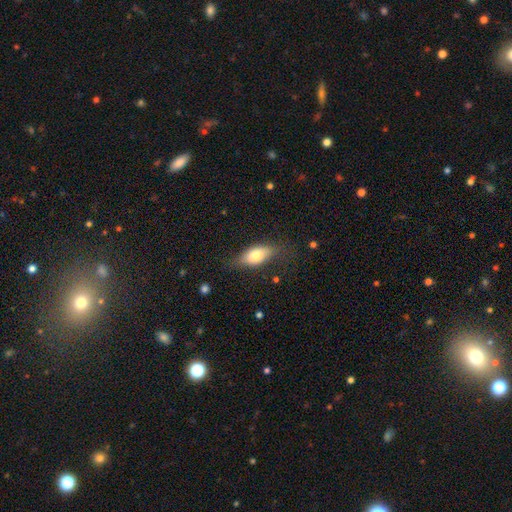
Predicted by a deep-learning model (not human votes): Smooth or featured: smooth — 70% (featured or disk — 23%)
How rounded: in between — 84% (cigar-shaped — 11%)
Merging: none — 68% (minor disturbance — 22%)